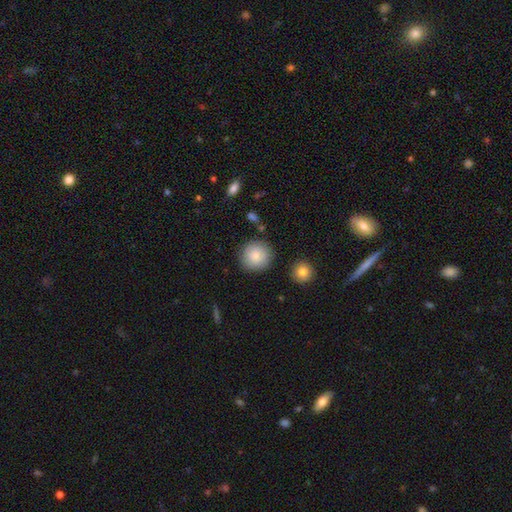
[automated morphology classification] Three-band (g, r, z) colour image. It shows a smooth galaxy with no disk features (84%) that is round (94%). Merging: none (85%).